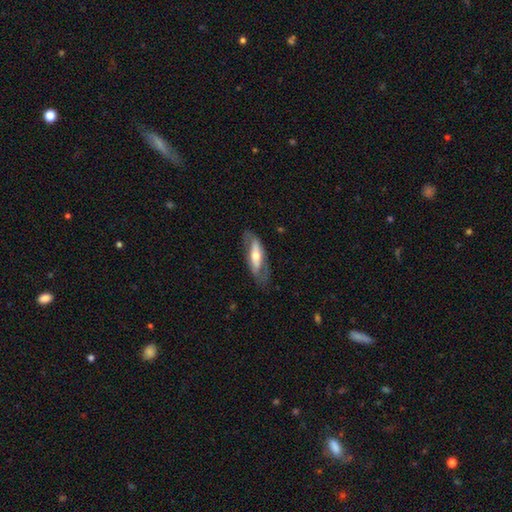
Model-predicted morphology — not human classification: A featured or disk galaxy (61%). Merging: none (65%).